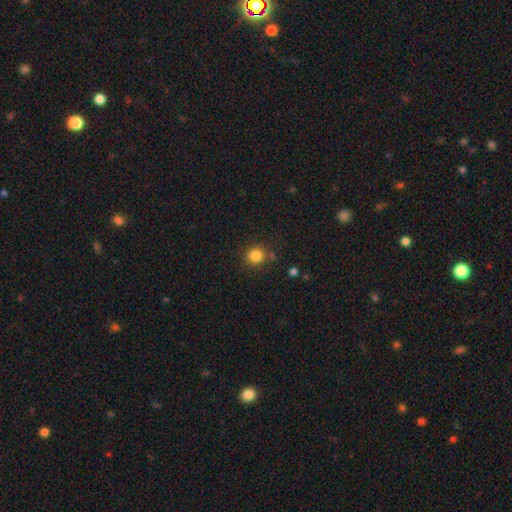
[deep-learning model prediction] The model was most divided on "merging": none: 81%, minor disturbance: 10%, merger: 5%, major disturbance: 3%. More confident: how rounded — round (87%); smooth or featured — smooth (84%).